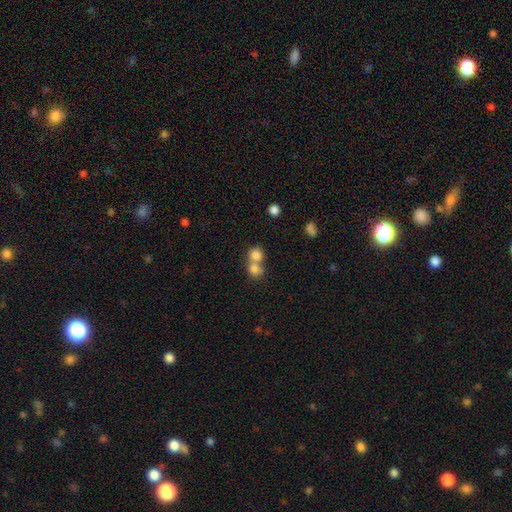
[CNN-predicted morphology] Smooth or featured: smooth — 79% (star or artifact — 11%)
How rounded: round — 82% (in between — 17%)
Merging: merger — 58% (none — 35%)